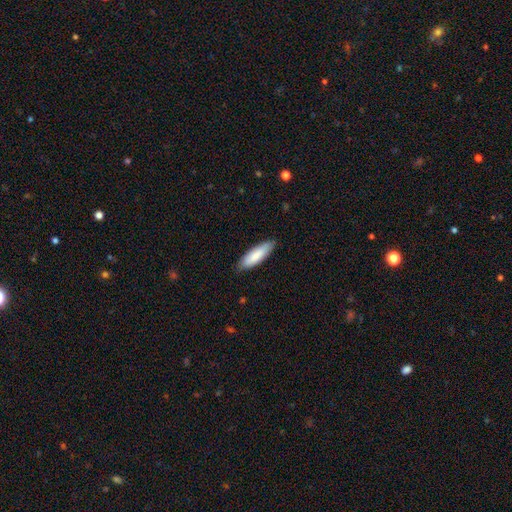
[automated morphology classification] Q: Smooth or featured?
A: smooth (86%); runner-up: featured or disk (9%)
Q: How rounded?
A: cigar-shaped (50%); runner-up: in between (49%)
Q: Merging?
A: none (86%); runner-up: minor disturbance (11%)